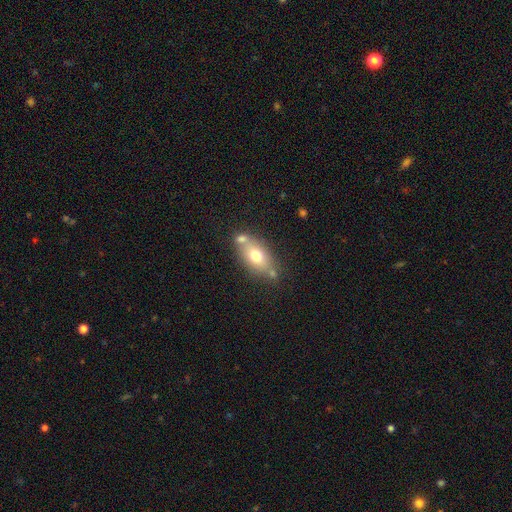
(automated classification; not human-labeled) Overall: smooth (68%). How rounded: in between (81%). Merging: none (56%; merger 24%).